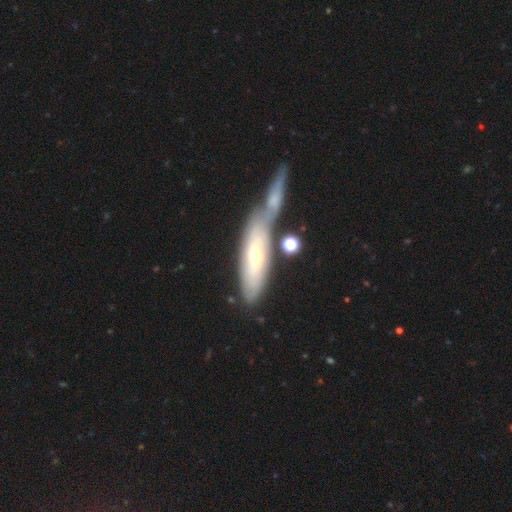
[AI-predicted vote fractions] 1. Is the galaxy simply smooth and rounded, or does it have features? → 50% featured or disk, 43% smooth, 7% star or artifact.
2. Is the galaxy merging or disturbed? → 45% none, 35% merger, 14% minor disturbance, 5% major disturbance.